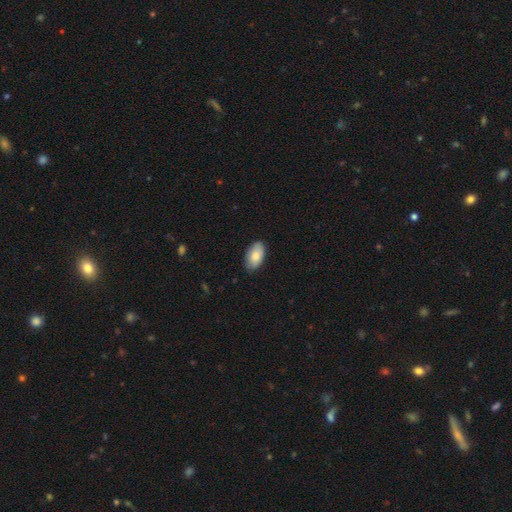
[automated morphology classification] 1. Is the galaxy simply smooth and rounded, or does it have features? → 80% smooth, 14% featured or disk, 6% star or artifact.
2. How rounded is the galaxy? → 95% in between, 3% round, 2% cigar-shaped.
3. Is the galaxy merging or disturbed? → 82% none, 15% minor disturbance, 2% major disturbance, 1% merger.